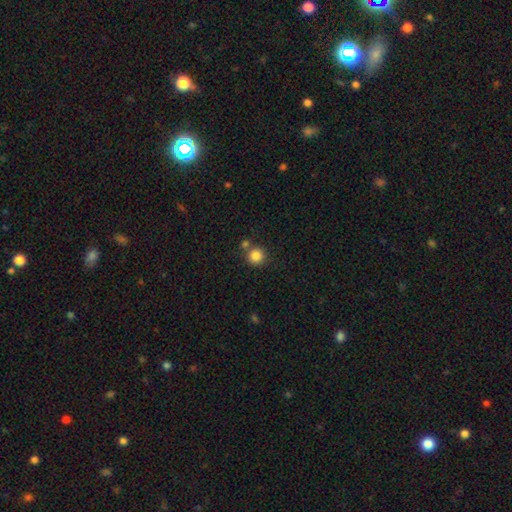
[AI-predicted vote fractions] Smooth or featured? smooth (85%)
How rounded? round (93%)
Merging? none (72%)